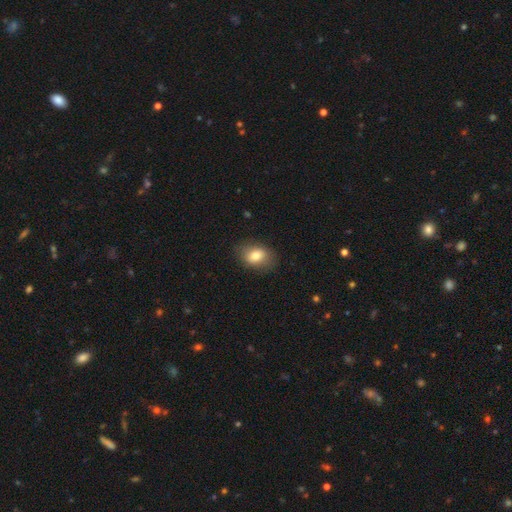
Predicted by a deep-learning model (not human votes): smooth 79%, featured or disk 13%, star or artifact 8%. Down the decision tree: how rounded — in between (75%); merging — none (81%).